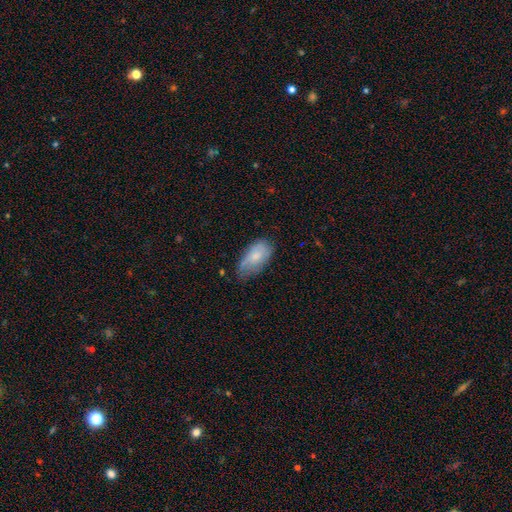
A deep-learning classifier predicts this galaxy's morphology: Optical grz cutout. It shows a smooth galaxy with no disk features (71%) that is in between round and cigar-shaped (93%). Merging: none (49%).